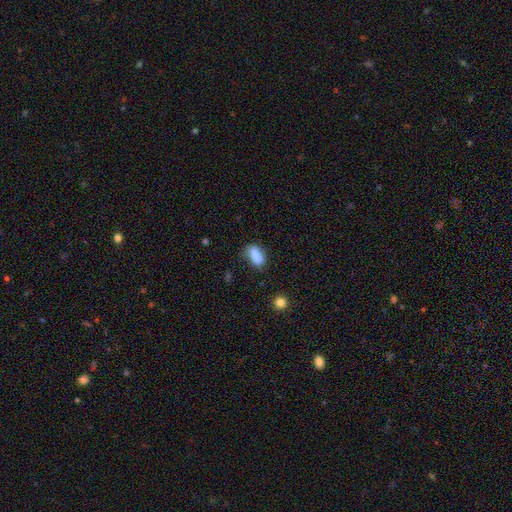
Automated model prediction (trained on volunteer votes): This is clearly a smooth galaxy (85%). How rounded: clearly in between (87%). Merging: likely none (65%).